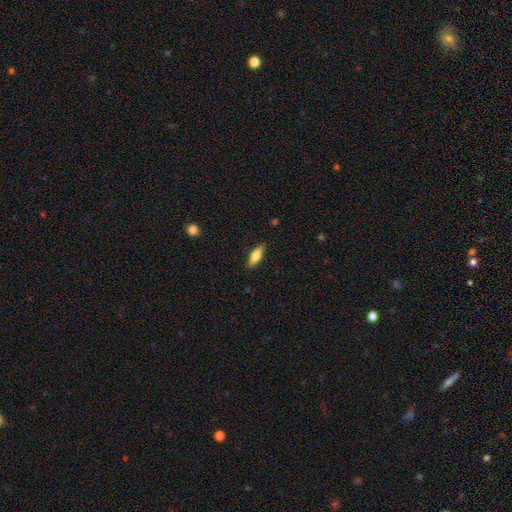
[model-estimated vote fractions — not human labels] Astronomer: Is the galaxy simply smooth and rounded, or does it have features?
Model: smooth — 67%.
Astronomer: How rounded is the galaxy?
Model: in between — 56% (runner-up: cigar-shaped, 42%).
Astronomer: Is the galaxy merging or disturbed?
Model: none — 87%.